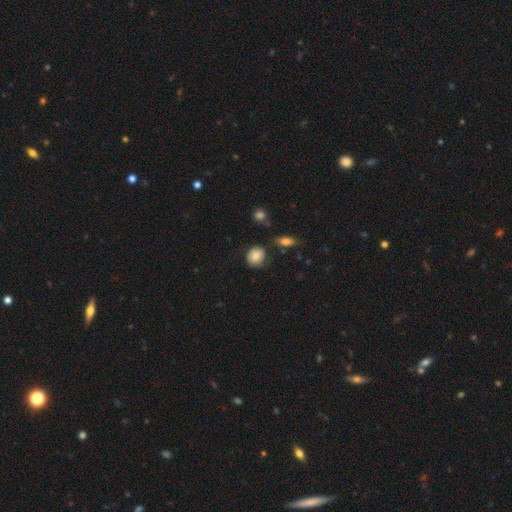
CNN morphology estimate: Q: Smooth or featured?
A: smooth (82%); runner-up: featured or disk (10%)
Q: How rounded?
A: round (65%); runner-up: in between (34%)
Q: Merging?
A: none (65%); runner-up: minor disturbance (24%)